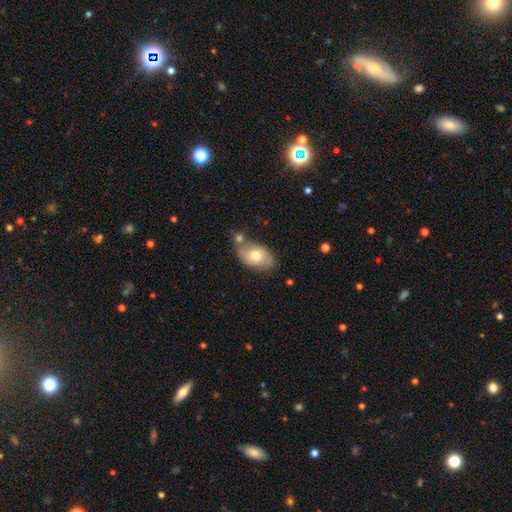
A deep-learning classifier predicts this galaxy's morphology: Q: Smooth or featured?
A: smooth (72%); runner-up: featured or disk (22%)
Q: How rounded?
A: in between (88%); runner-up: round (11%)
Q: Merging?
A: none (59%); runner-up: merger (20%)